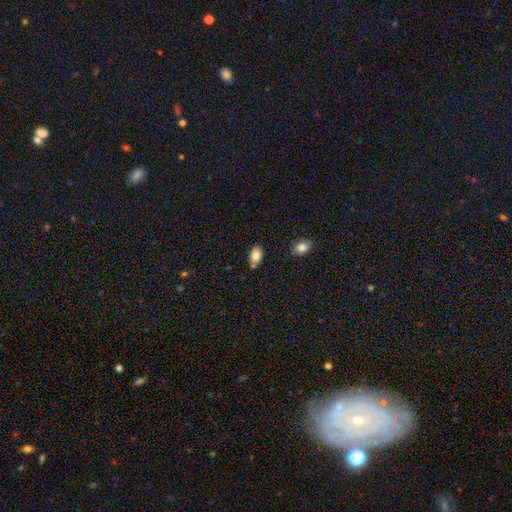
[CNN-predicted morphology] A smooth galaxy with no disk features (84%) that is in between round and cigar-shaped (86%).

Vote fractions:
- Smooth or featured? smooth: 84% / star or artifact: 8% / featured or disk: 8%
- How rounded? in between: 86% / round: 12% / cigar-shaped: 2%
- Merging? none: 67% / minor disturbance: 18% / merger: 12% / major disturbance: 3%